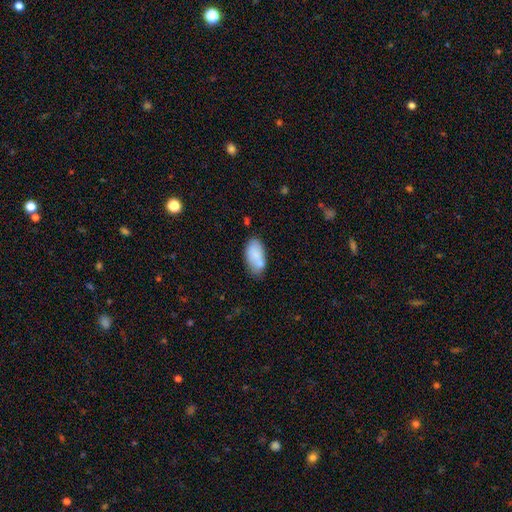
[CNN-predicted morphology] Smooth or featured?
  - smooth: 80% *
  - featured or disk: 13%
  - star or artifact: 7%
How rounded?
  - in between: 93% *
  - cigar-shaped: 4%
  - round: 3%
Merging?
  - none: 61% *
  - minor disturbance: 21%
  - merger: 13%
  - major disturbance: 5%